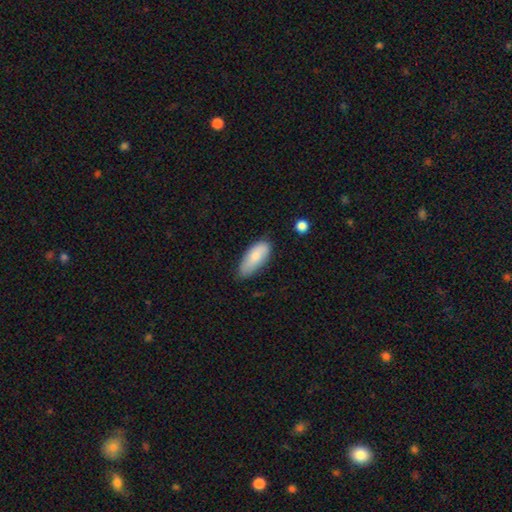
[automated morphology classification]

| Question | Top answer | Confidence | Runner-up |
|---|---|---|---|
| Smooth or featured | smooth | 81% | featured or disk (13%) |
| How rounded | in between | 84% | cigar-shaped (15%) |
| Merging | none | 69% | minor disturbance (25%) |